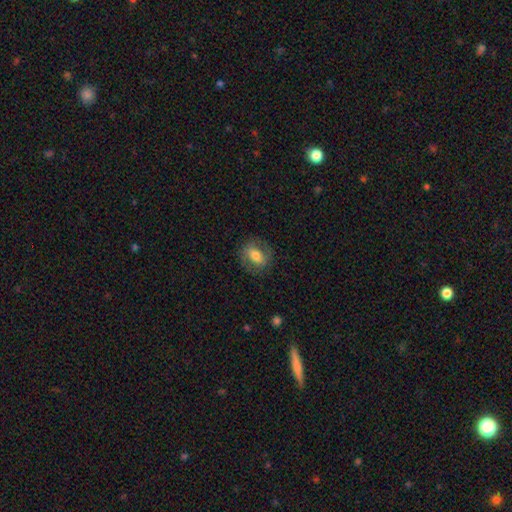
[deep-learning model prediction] Q: Smooth or featured?
A: smooth (57%); runner-up: featured or disk (35%)
Q: How rounded?
A: in between (50%); runner-up: round (47%)
Q: Merging?
A: none (80%); runner-up: minor disturbance (13%)